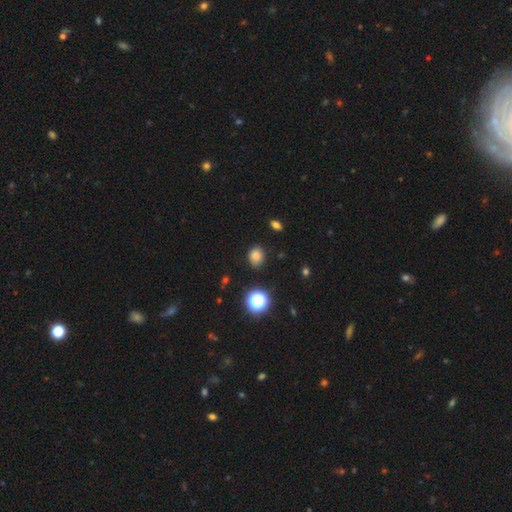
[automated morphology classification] smooth-or-featured: smooth: 78% | star or artifact: 15% | featured or disk: 6%
  how-rounded: round: 55% | in between: 44% | cigar-shaped: 1%
  merging: none: 84% | minor disturbance: 11% | major disturbance: 3% | merger: 2%